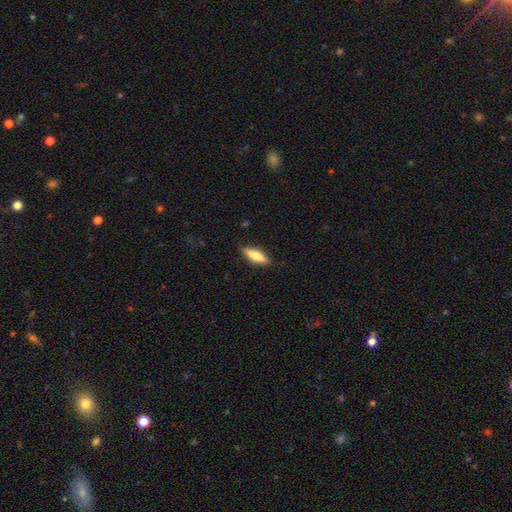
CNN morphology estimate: smooth-or-featured: smooth: 73% | featured or disk: 22% | star or artifact: 6%
  how-rounded: in between: 50% | cigar-shaped: 48% | round: 2%
  merging: none: 86% | minor disturbance: 11% | major disturbance: 2% | merger: 1%